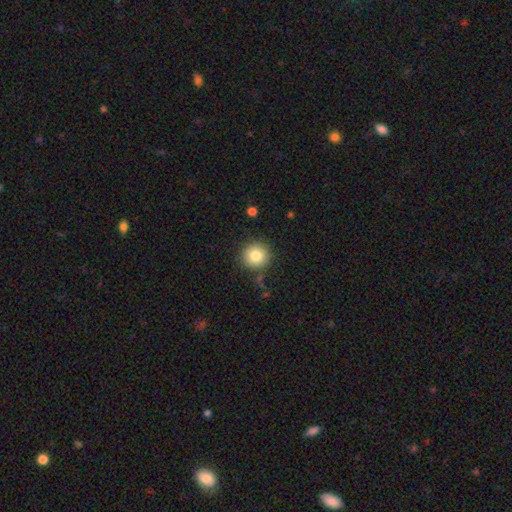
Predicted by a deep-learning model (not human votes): Smooth or featured? Predicted: smooth (p=0.82). How rounded? Predicted: round (p=0.94). Merging? Predicted: none (p=0.88).